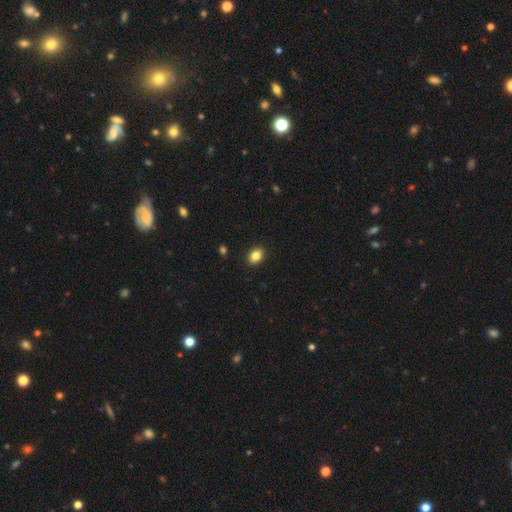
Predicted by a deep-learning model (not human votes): Q: Smooth or featured?
A: smooth (84%); runner-up: star or artifact (9%)
Q: How rounded?
A: in between (73%); runner-up: round (25%)
Q: Merging?
A: none (90%); runner-up: minor disturbance (8%)